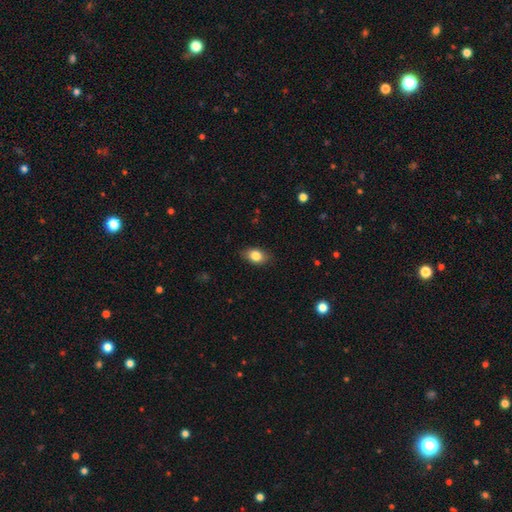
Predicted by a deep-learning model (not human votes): Smooth or featured: smooth — 83% (featured or disk — 9%)
How rounded: in between — 82% (round — 16%)
Merging: none — 84% (minor disturbance — 12%)